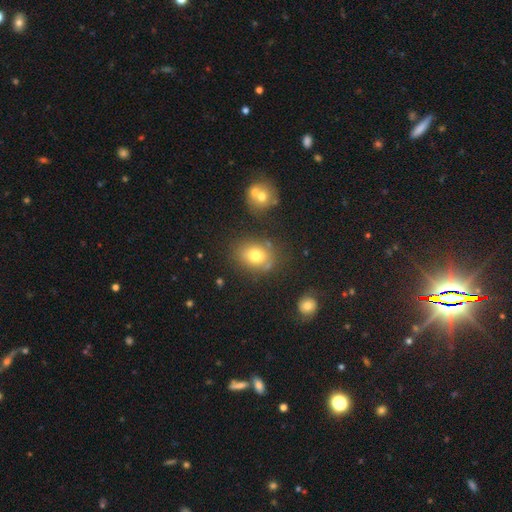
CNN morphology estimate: Q: Smooth or featured?
A: smooth (74%); runner-up: featured or disk (13%)
Q: How rounded?
A: round (50%); runner-up: in between (49%)
Q: Merging?
A: none (72%); runner-up: minor disturbance (15%)